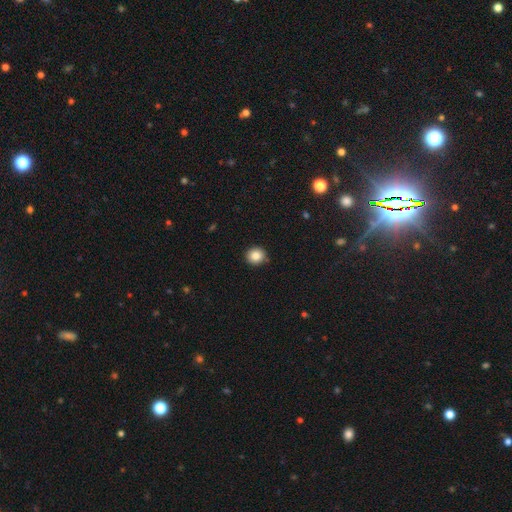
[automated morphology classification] type=smooth (85%); roundness=round (89%); merging=none (89%).